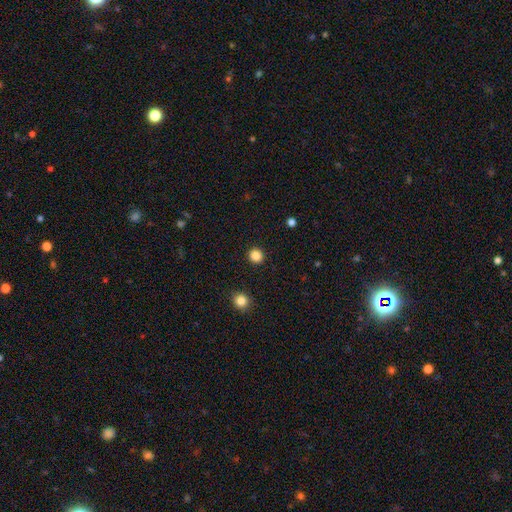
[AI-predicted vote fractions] smooth-or-featured: smooth: 86% | star or artifact: 11% | featured or disk: 3%
  how-rounded: round: 90% | in between: 9% | cigar-shaped: 1%
  merging: none: 93% | minor disturbance: 4% | major disturbance: 2% | merger: 1%